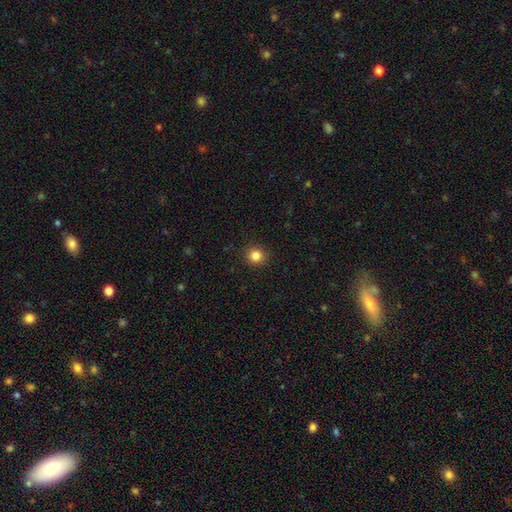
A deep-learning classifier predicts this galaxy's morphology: type=smooth (84%); roundness=round (91%); merging=none (92%).